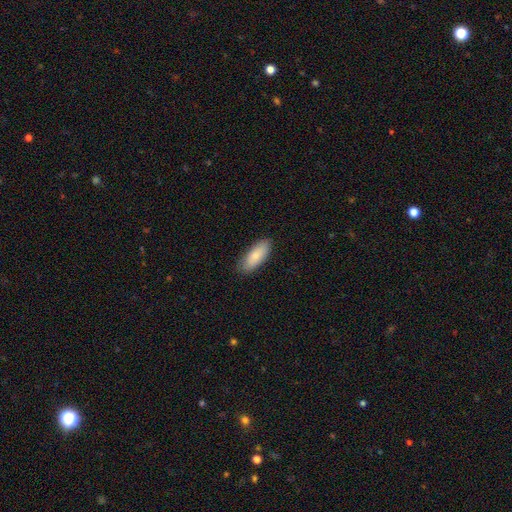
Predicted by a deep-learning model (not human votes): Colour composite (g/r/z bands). It shows a smooth galaxy with no disk features (81%) that is in between round and cigar-shaped (78%). Merging: none (86%).